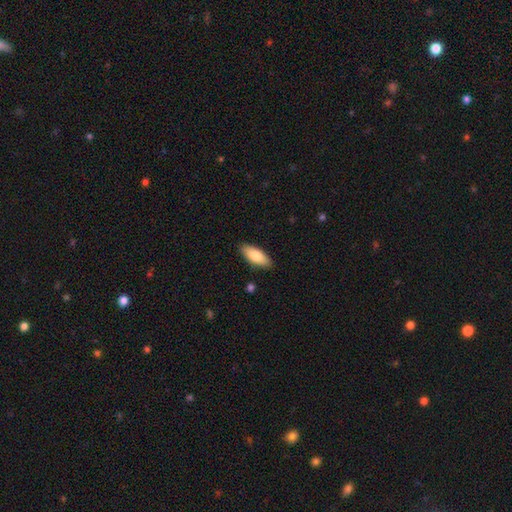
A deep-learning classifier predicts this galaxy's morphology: Smooth or featured? Predicted: smooth (p=0.83). How rounded? Predicted: in between (p=0.79). Merging? Predicted: none (p=0.87).